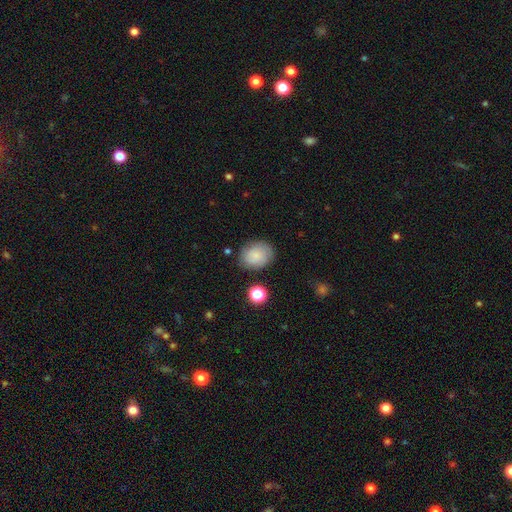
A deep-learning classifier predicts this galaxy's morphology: A smooth galaxy with no disk features (74%) that is round (51%). Merging: none (75%).